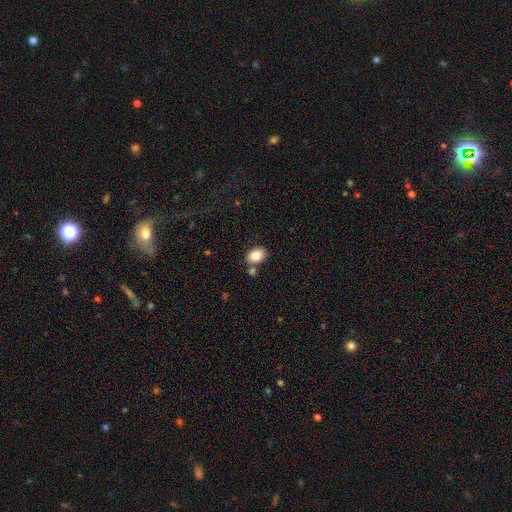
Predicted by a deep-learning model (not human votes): Overall: smooth (83%). How rounded: in between (75%). Merging: none (71%).